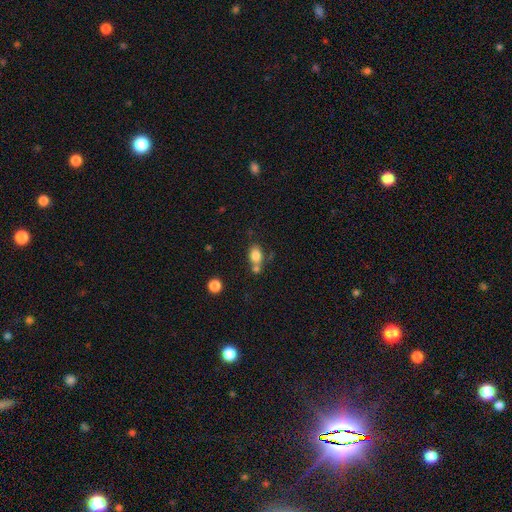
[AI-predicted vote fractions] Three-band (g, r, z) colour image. It shows a smooth galaxy with no disk features (81%) that is in between round and cigar-shaped (72%). Merging: none (49%).